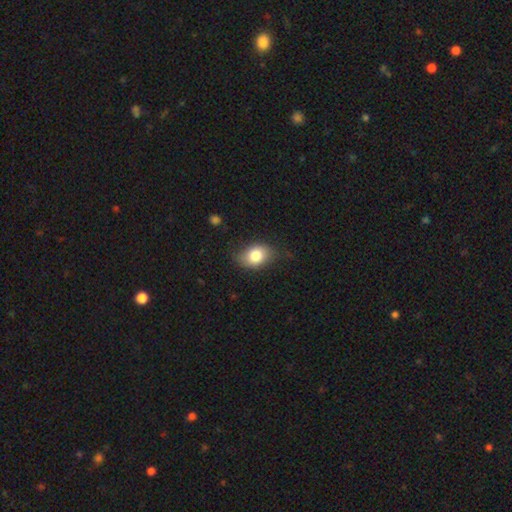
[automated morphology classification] The model was most divided on "merging": none: 69%, minor disturbance: 24%, major disturbance: 6%, merger: 1%. More confident: smooth or featured — smooth (80%); how rounded — in between (75%).